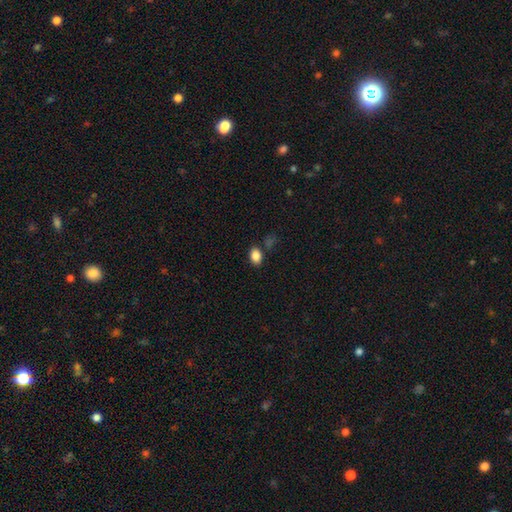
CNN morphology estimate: The model was most divided on "how rounded": in between: 81%, round: 18%, cigar-shaped: 1%. More confident: smooth or featured — smooth (86%); merging — none (80%).